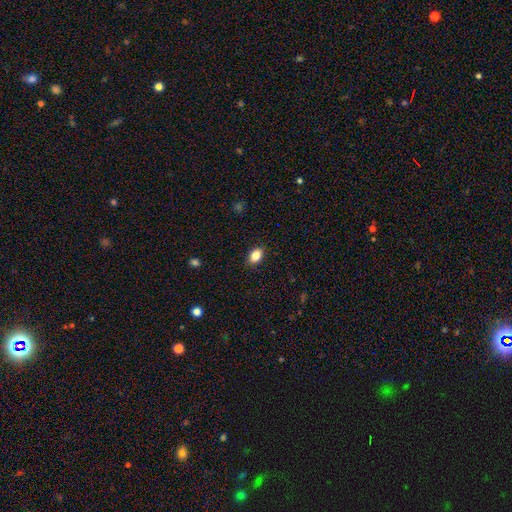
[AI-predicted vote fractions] A smooth galaxy with no disk features (85%) that is in between round and cigar-shaped (83%). Merging: none (88%).